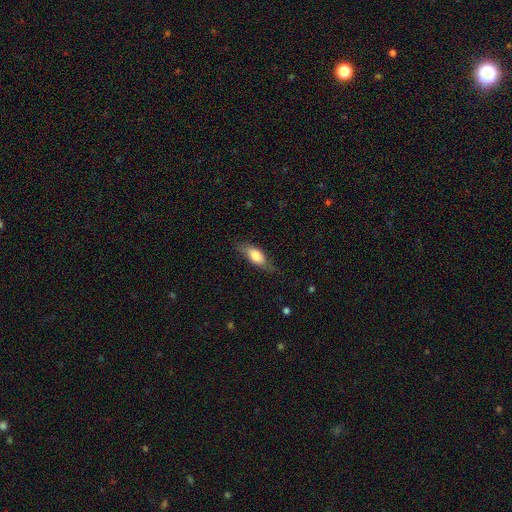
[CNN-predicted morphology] smooth-or-featured: smooth: 69% | featured or disk: 24% | star or artifact: 7%
  how-rounded: in between: 72% | cigar-shaped: 25% | round: 3%
  merging: none: 67% | minor disturbance: 24% | major disturbance: 8% | merger: 1%